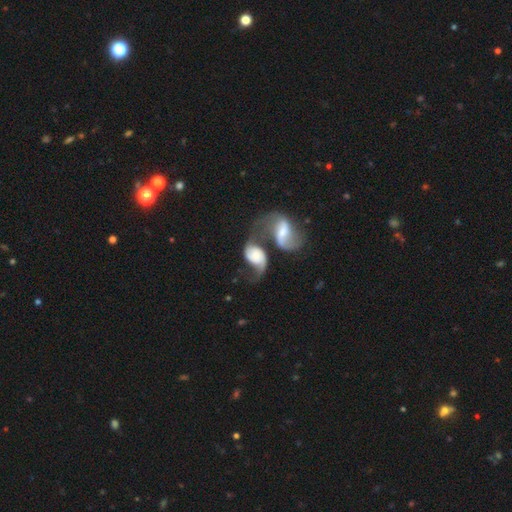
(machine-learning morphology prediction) featured or disk 72%, smooth 22%, star or artifact 6%. Down the decision tree: edge-on disk — no (96%); bar — no (55%); spiral arms — yes (92%); spiral arm count — 2 (79%); spiral winding — loose (66%); bulge size — small (25%); merging — merger (55%).